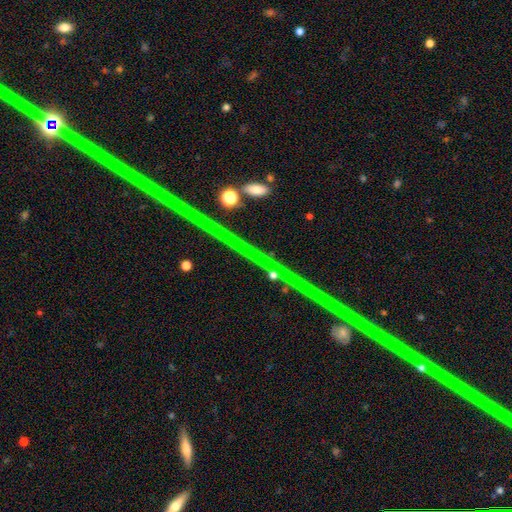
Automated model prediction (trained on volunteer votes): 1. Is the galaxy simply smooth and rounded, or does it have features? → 85% star or artifact, 9% featured or disk, 5% smooth.